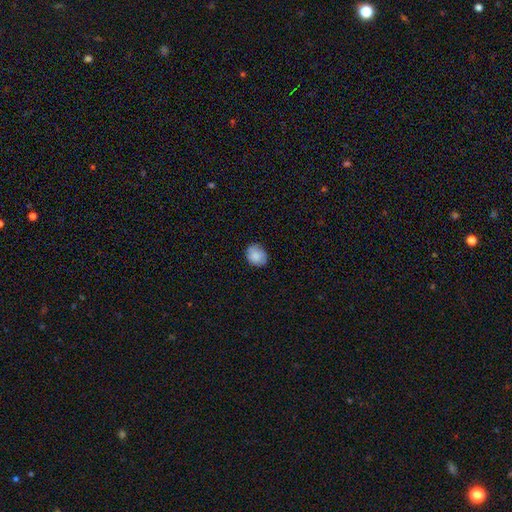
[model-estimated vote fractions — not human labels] A smooth galaxy with no disk features (86%) that is in between round and cigar-shaped (50%). Merging: none (80%).